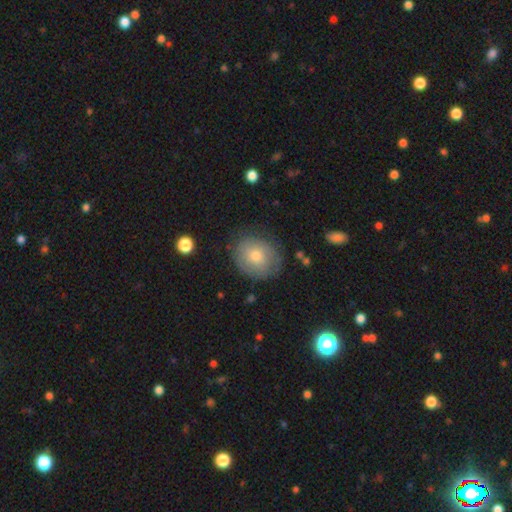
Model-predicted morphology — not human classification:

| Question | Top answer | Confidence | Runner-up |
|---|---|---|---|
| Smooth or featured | smooth | 61% | featured or disk (30%) |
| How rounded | round | 70% | in between (30%) |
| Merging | none | 77% | minor disturbance (16%) |